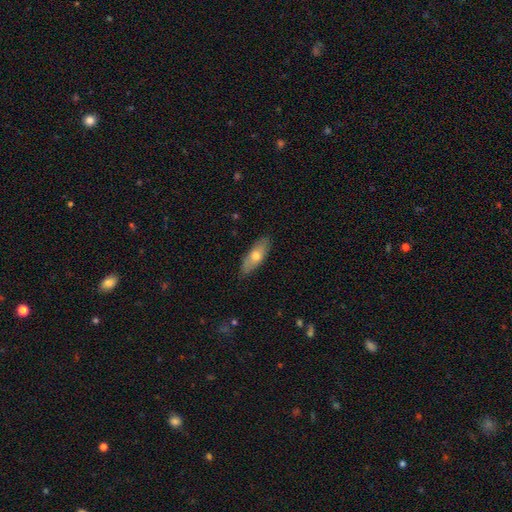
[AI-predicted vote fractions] This is likely a smooth galaxy (65%). How rounded: likely in between (69%). Merging: clearly none (85%).